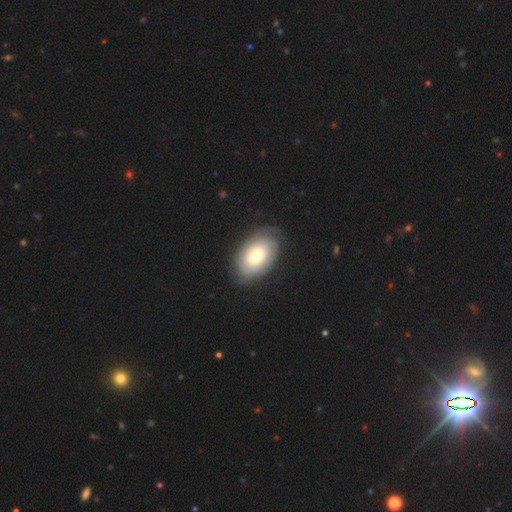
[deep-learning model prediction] Smooth or featured: smooth — 50% (featured or disk — 43%)
How rounded: in between — 89% (round — 10%)
Merging: none — 77% (minor disturbance — 16%)